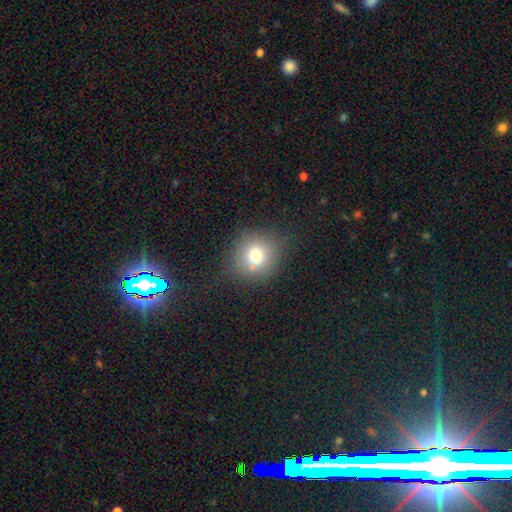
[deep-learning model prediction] A smooth galaxy with no disk features (74%) that is round (83%). Merging: none (76%).